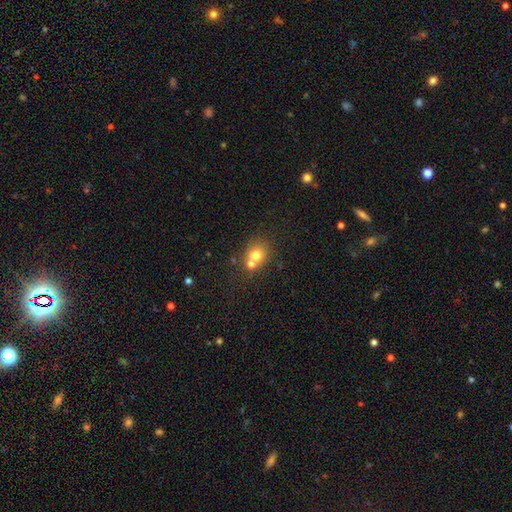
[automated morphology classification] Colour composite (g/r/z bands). It shows a smooth galaxy with no disk features (71%) that is round (74%). Merging: merger (44%, tied with none).